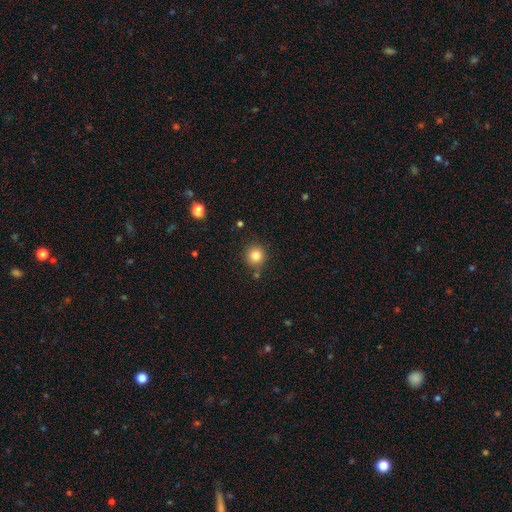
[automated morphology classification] Smooth or featured?
  - smooth: 82% *
  - star or artifact: 12%
  - featured or disk: 6%
How rounded?
  - round: 91% *
  - in between: 8%
  - cigar-shaped: 1%
Merging?
  - none: 81% *
  - minor disturbance: 11%
  - merger: 5%
  - major disturbance: 3%